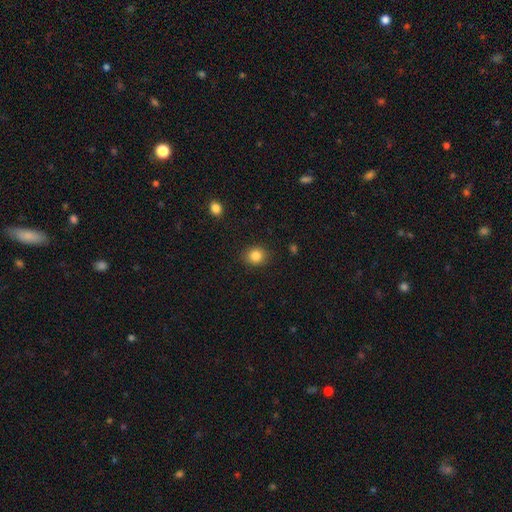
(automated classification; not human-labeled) Q: Smooth or featured?
A: smooth (85%); runner-up: star or artifact (10%)
Q: How rounded?
A: round (72%); runner-up: in between (27%)
Q: Merging?
A: none (88%); runner-up: minor disturbance (9%)